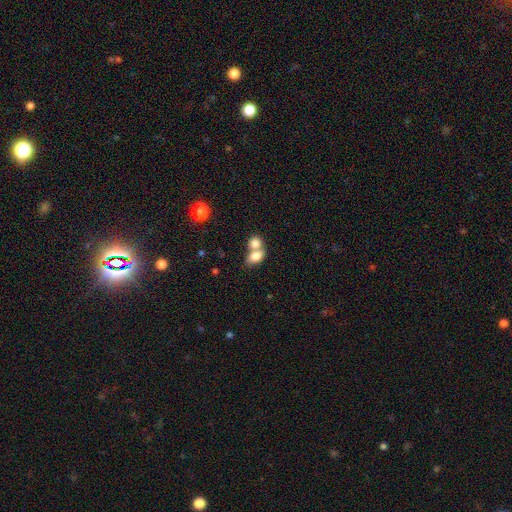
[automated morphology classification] A smooth galaxy with no disk features (78%) that is in between round and cigar-shaped (72%).

Vote fractions:
- Smooth or featured? smooth: 78% / featured or disk: 13% / star or artifact: 9%
- How rounded? in between: 72% / round: 27% / cigar-shaped: 2%
- Merging? merger: 63% / none: 25% / minor disturbance: 8% / major disturbance: 4%